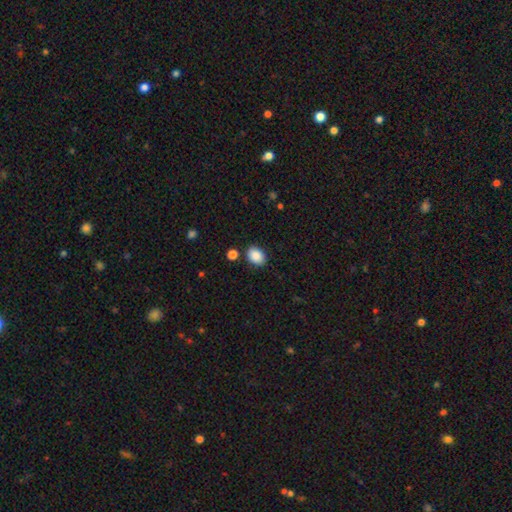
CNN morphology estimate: Q: Smooth or featured?
A: smooth (89%); runner-up: star or artifact (8%)
Q: How rounded?
A: in between (71%); runner-up: round (28%)
Q: Merging?
A: none (84%); runner-up: minor disturbance (10%)